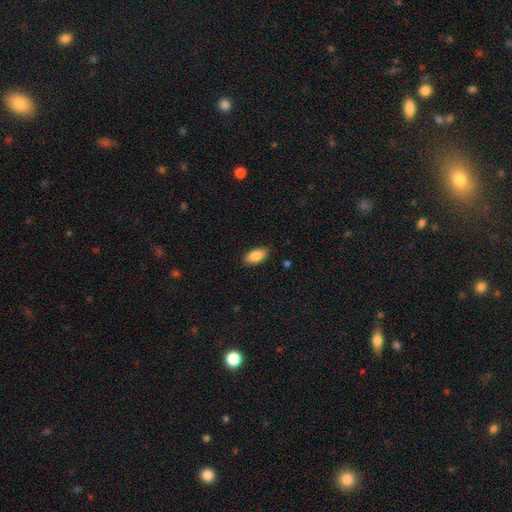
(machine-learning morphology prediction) type=smooth (86%); roundness=in between (93%); merging=none (87%).